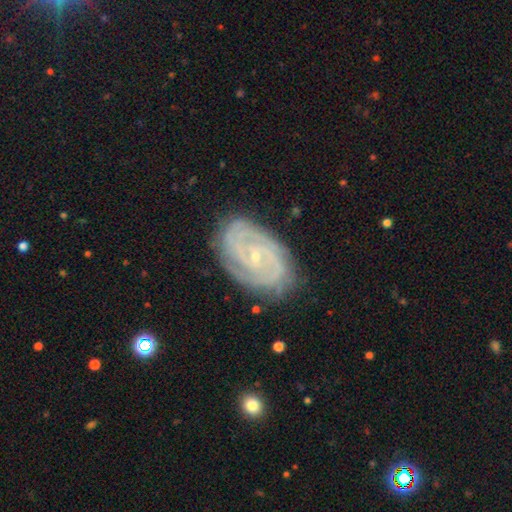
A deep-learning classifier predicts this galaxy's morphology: Smooth or featured: featured or disk — 89% (star or artifact — 6%)
Edge-on disk: no — 97% (yes — 3%)
Bar: no — 54% (weak — 35%)
Spiral arms: yes — 98% (no — 2%)
Spiral winding: tight — 73% (medium — 23%)
Spiral arm count: 2 — 42% (3 — 22%)
Bulge size: small — 85% (moderate — 11%)
Merging: none — 81% (minor disturbance — 15%)